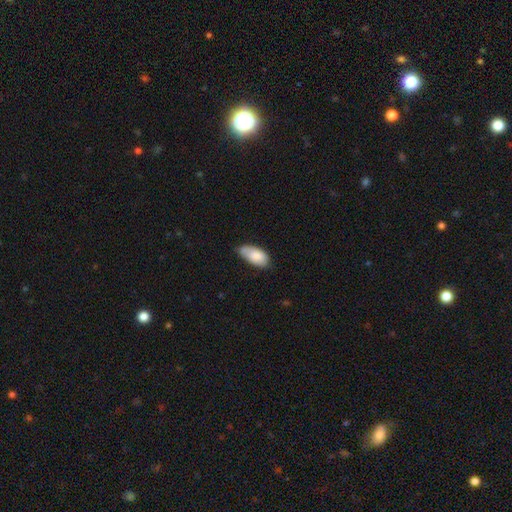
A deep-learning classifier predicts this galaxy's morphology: smooth_or_featured: smooth (p=0.84) [alt: featured or disk p=0.10]
how_rounded: in between (p=0.93) [alt: cigar-shaped p=0.05]
merging: none (p=0.54) [alt: minor disturbance p=0.38]